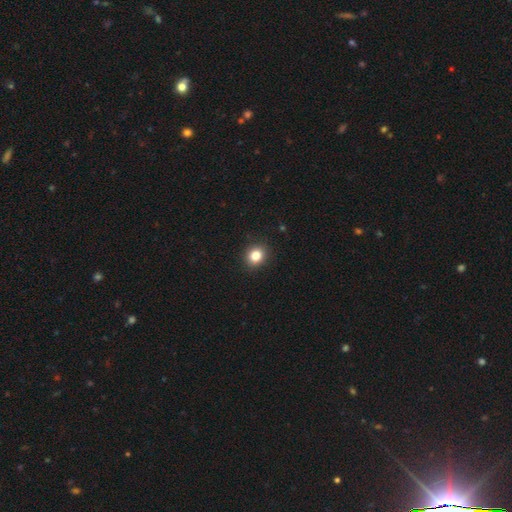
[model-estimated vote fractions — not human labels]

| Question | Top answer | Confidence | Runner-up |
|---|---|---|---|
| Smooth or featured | smooth | 83% | star or artifact (11%) |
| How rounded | round | 74% | in between (26%) |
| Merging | none | 90% | minor disturbance (7%) |